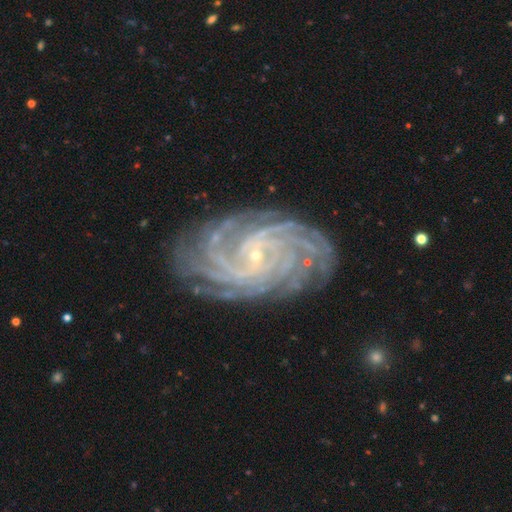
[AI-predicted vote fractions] The model was most divided on "spiral arm count": more than 4: 40%, 4: 21%, can't tell: 13%, 3: 10%, 2: 9%, 1: 8%. More confident: spiral arms — yes (99%); edge-on disk — no (97%); smooth or featured — featured or disk (91%); bulge size — small (88%); merging — none (84%); spiral winding — tight (79%); bar — no (57%).